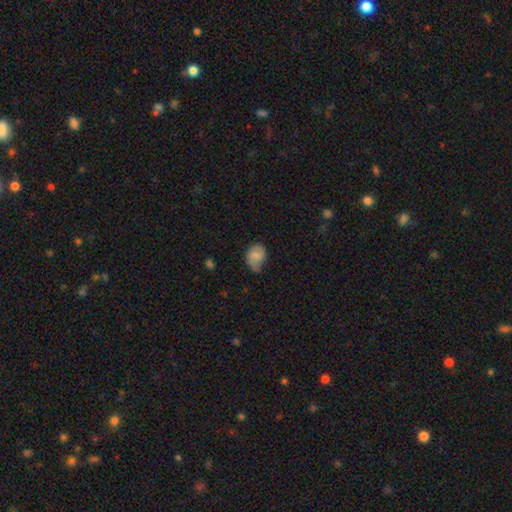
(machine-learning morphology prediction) The model was most divided on "merging": none: 42%, minor disturbance: 41%, major disturbance: 14%, merger: 2%. More confident: smooth or featured — smooth (69%); how rounded — in between (56%).